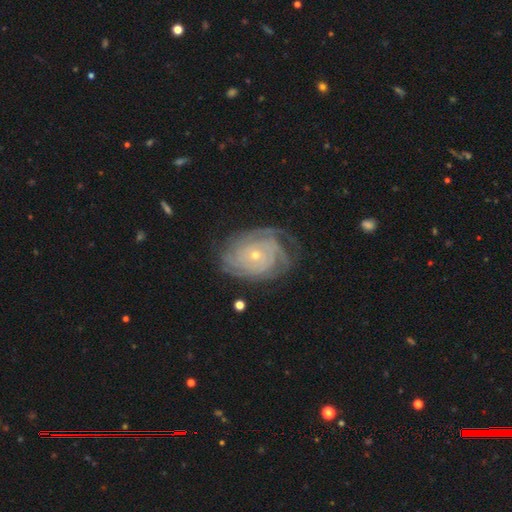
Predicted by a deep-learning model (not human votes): Smooth or featured? featured or disk (88%)
Edge-on disk? no (97%)
Bar? no (81%)
Spiral arms? yes (97%)
Spiral winding? tight (81%)
Spiral arm count? can't tell (29%)
Bulge size? small (72%)
Merging? none (72%)